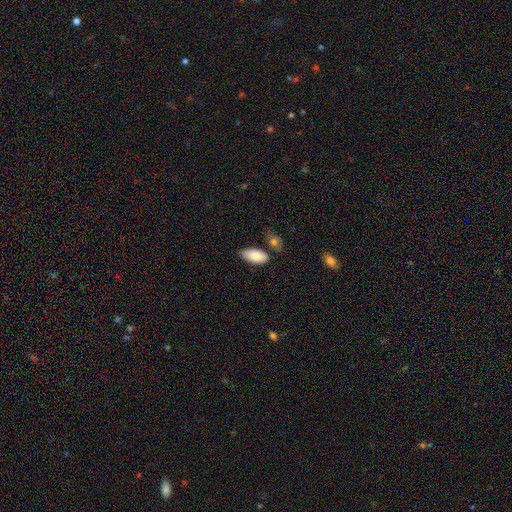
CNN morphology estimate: Smooth or featured?
  - smooth: 87% *
  - featured or disk: 7%
  - star or artifact: 6%
How rounded?
  - in between: 93% *
  - cigar-shaped: 5%
  - round: 2%
Merging?
  - none: 71% *
  - minor disturbance: 17%
  - merger: 8%
  - major disturbance: 4%